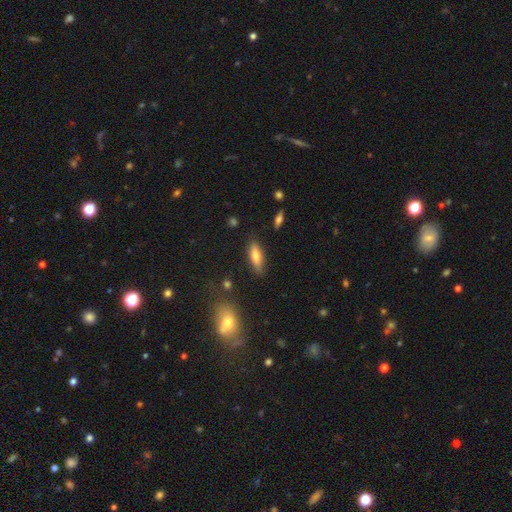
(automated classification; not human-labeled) Overall: smooth (76%). How rounded: in between (59%; cigar-shaped 39%). Merging: none (81%).